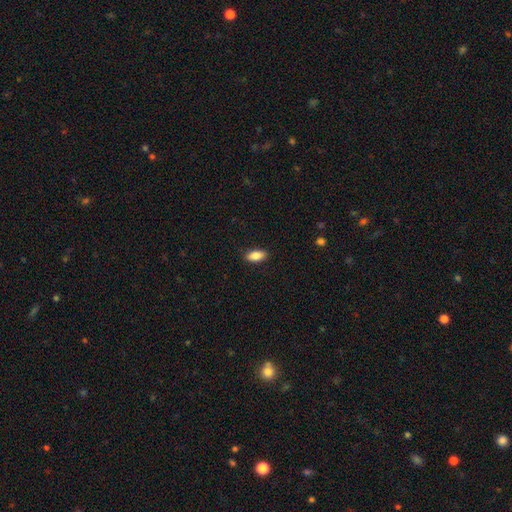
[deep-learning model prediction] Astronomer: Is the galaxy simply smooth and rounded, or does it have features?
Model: smooth — 85%.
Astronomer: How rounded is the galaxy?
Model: in between — 88%.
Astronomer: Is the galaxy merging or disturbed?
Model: none — 89%.